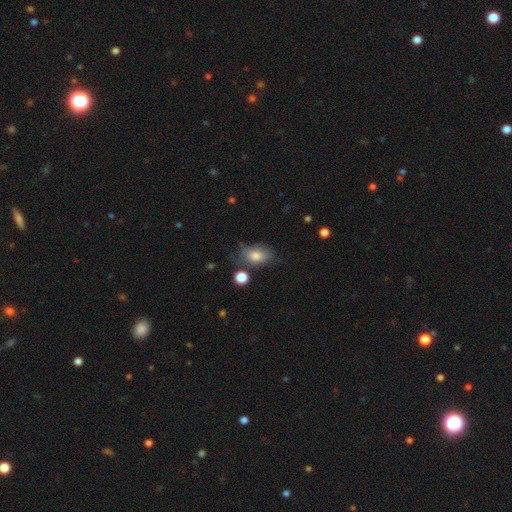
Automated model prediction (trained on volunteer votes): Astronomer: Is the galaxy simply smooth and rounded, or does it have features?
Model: smooth — 75%.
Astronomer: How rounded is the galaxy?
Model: in between — 83%.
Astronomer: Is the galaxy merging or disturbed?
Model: none — 59%.